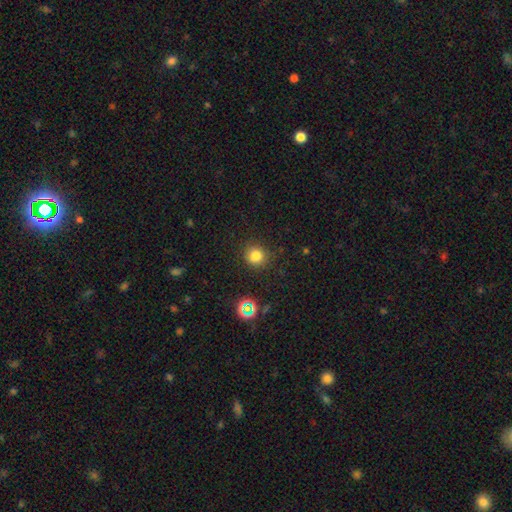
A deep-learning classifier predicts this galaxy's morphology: Q: Smooth or featured?
A: smooth (77%); runner-up: star or artifact (17%)
Q: How rounded?
A: round (87%); runner-up: in between (12%)
Q: Merging?
A: none (84%); runner-up: minor disturbance (11%)